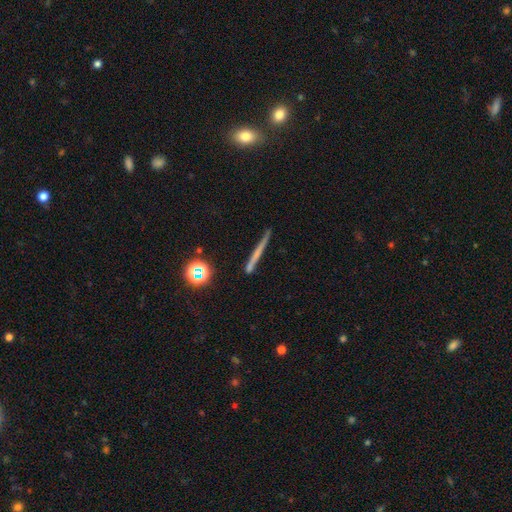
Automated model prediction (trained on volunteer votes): Smooth or featured: featured or disk — 43% (smooth — 42%)
Merging: none — 83% (minor disturbance — 11%)